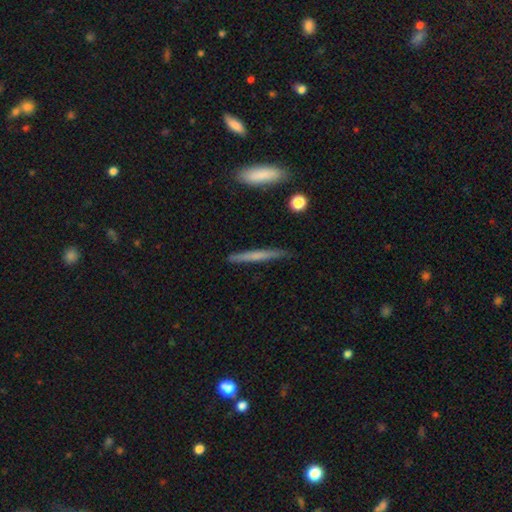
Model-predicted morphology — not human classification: smooth-or-featured: smooth: 55% | featured or disk: 39% | star or artifact: 6%
  how-rounded: cigar-shaped: 95% | in between: 3% | round: 2%
  merging: none: 86% | minor disturbance: 10% | major disturbance: 2% | merger: 2%